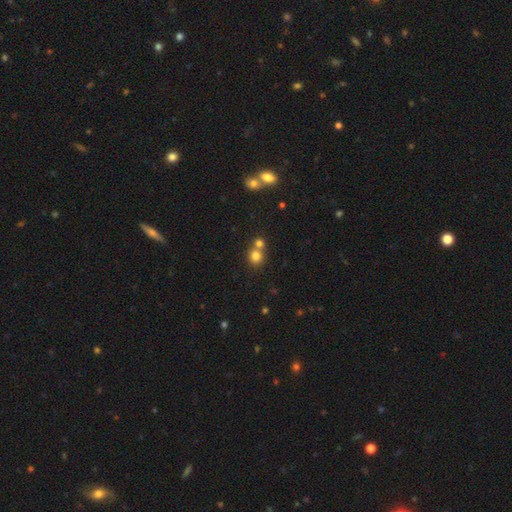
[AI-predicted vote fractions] A smooth galaxy with no disk features (79%) that is round (86%).

Vote fractions:
- Smooth or featured? smooth: 79% / star or artifact: 14% / featured or disk: 8%
- How rounded? round: 86% / in between: 13% / cigar-shaped: 1%
- Merging? none: 52% / merger: 39% / minor disturbance: 6% / major disturbance: 2%